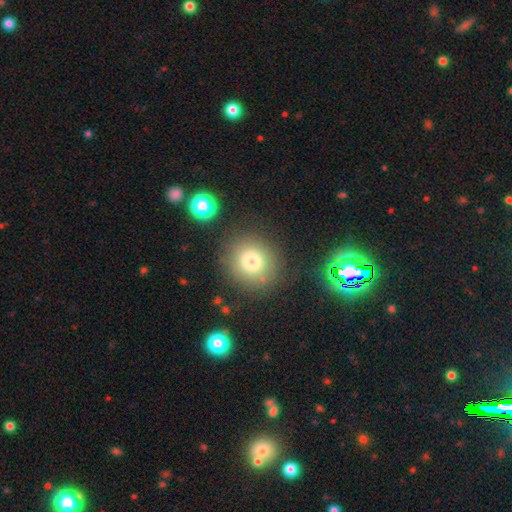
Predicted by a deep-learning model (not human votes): Smooth or featured?
  - smooth: 68% *
  - star or artifact: 21%
  - featured or disk: 11%
How rounded?
  - round: 91% *
  - in between: 8%
  - cigar-shaped: 1%
Merging?
  - none: 87% *
  - minor disturbance: 8%
  - major disturbance: 3%
  - merger: 3%